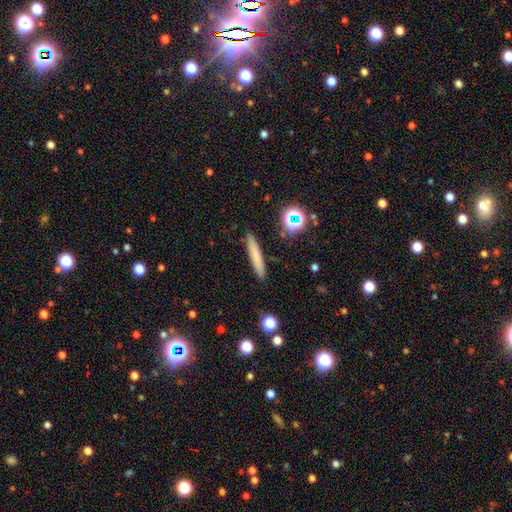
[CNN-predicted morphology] The model was most divided on "smooth or featured": smooth: 73%, featured or disk: 17%, star or artifact: 10%. More confident: how rounded — cigar-shaped (92%); merging — none (89%).